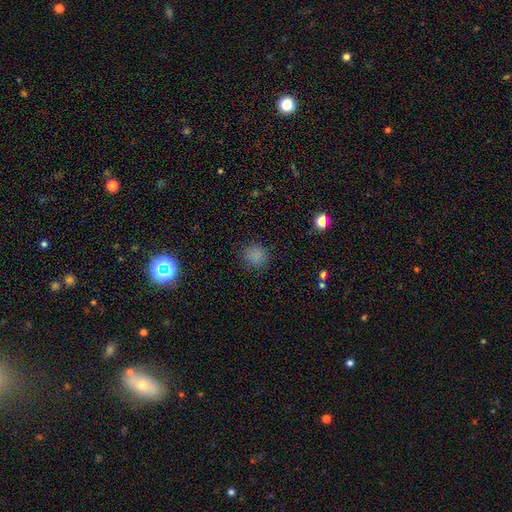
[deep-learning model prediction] smooth-or-featured: smooth: 81% | star or artifact: 15% | featured or disk: 4%
  how-rounded: round: 86% | in between: 13% | cigar-shaped: 1%
  merging: none: 87% | minor disturbance: 9% | major disturbance: 3% | merger: 1%